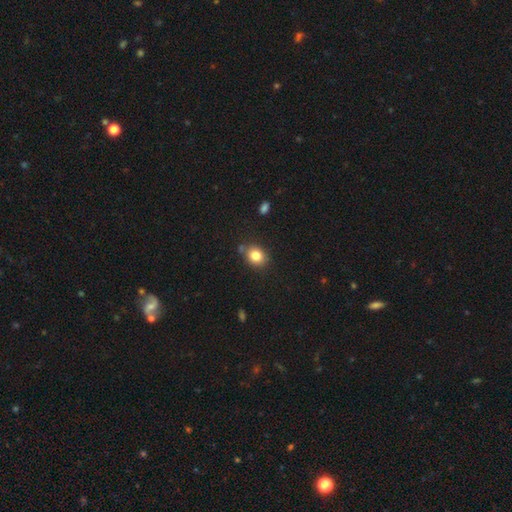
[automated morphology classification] Smooth or featured?
  - smooth: 82% *
  - star or artifact: 10%
  - featured or disk: 8%
How rounded?
  - round: 58% *
  - in between: 41%
  - cigar-shaped: 1%
Merging?
  - none: 78% *
  - minor disturbance: 13%
  - merger: 6%
  - major disturbance: 3%